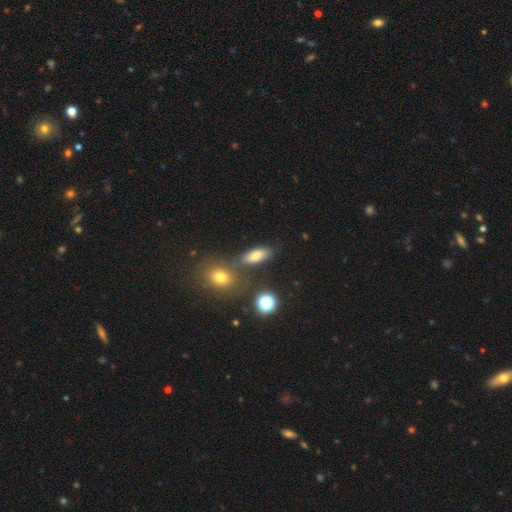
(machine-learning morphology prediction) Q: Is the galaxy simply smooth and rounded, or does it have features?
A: smooth — 73%.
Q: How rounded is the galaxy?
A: in between — 75%.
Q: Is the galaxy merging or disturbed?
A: none — 71%.